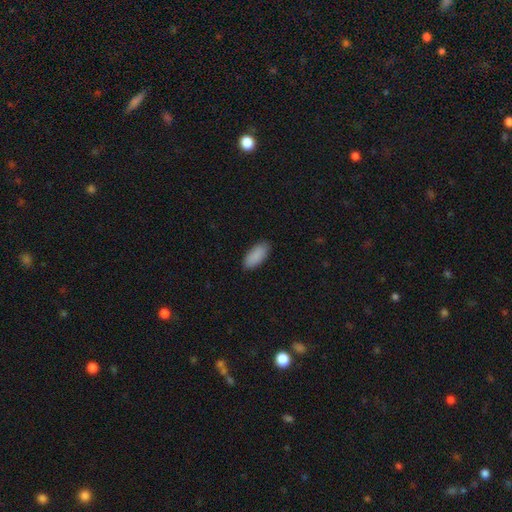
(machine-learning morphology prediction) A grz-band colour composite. It shows a smooth galaxy with no disk features (90%) that is in between round and cigar-shaped (88%). Merging: none (86%).